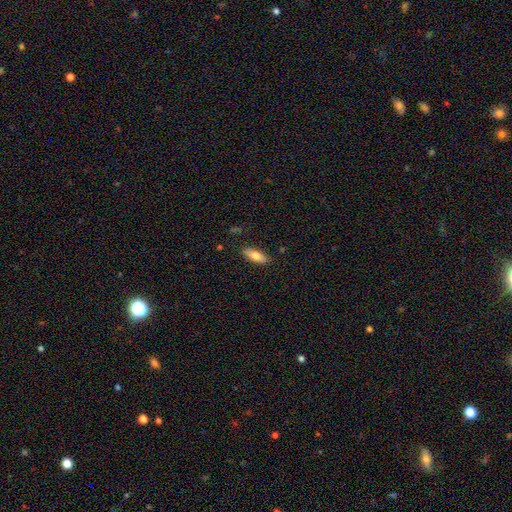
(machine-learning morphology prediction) This appears to be a smooth galaxy with no disk features (75%) that is in between round and cigar-shaped (72%). Merging: none (87%).